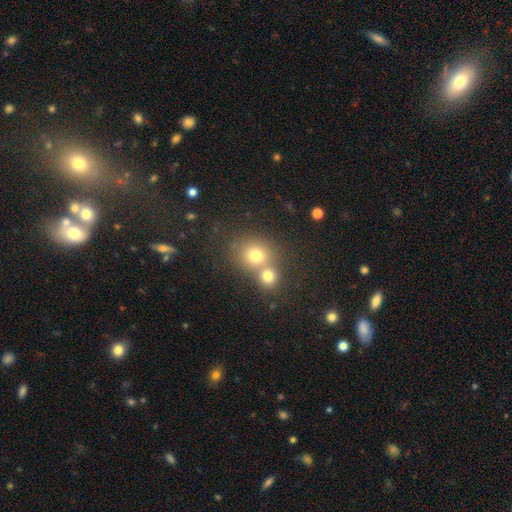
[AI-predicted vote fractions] smooth_or_featured: smooth (p=0.73) [alt: star or artifact p=0.15]
how_rounded: round (p=0.81) [alt: in between p=0.18]
merging: merger (p=0.50) [alt: none p=0.41]